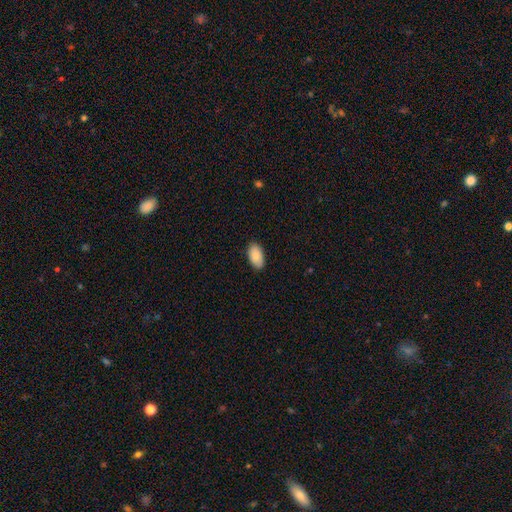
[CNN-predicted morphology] A smooth galaxy with no disk features (89%) that is in between round and cigar-shaped (95%). Merging: none (88%).